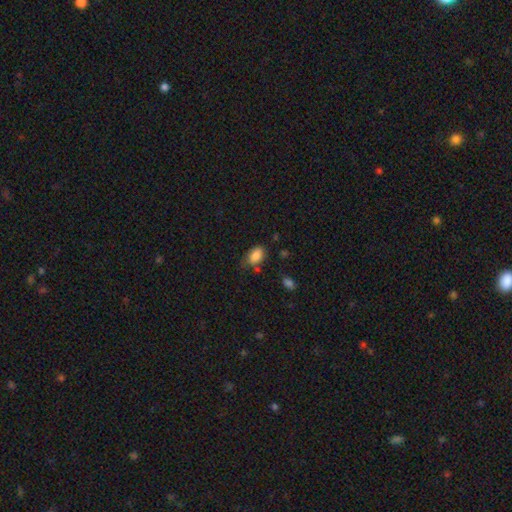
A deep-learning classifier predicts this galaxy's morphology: Overall: smooth (85%). How rounded: in between (89%). Merging: none (60%; minor disturbance 28%).